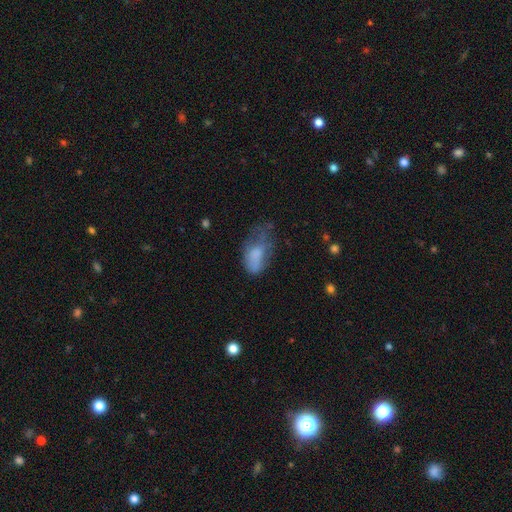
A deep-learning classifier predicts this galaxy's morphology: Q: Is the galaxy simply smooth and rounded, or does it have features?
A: smooth — 68%.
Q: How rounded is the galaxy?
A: in between — 89%.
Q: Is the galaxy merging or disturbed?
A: major disturbance — 40%.